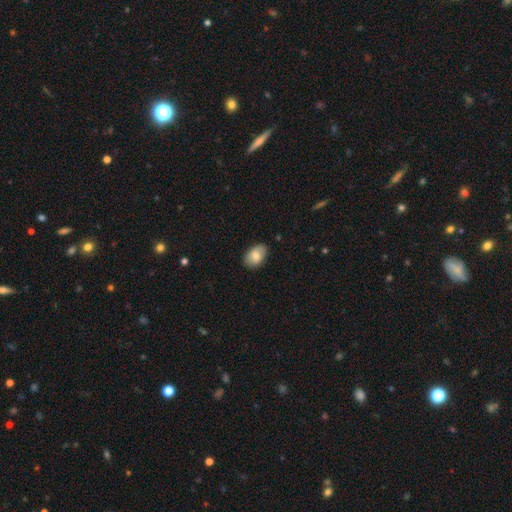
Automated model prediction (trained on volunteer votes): Smooth or featured: smooth — 80% (featured or disk — 13%)
How rounded: in between — 89% (round — 10%)
Merging: none — 81% (minor disturbance — 15%)